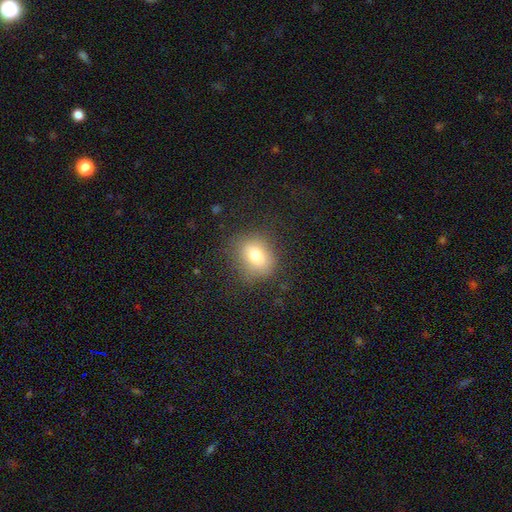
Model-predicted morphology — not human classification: Smooth or featured? Predicted: smooth (p=0.74). How rounded? Predicted: round (p=0.59). Merging? Predicted: none (p=0.77).